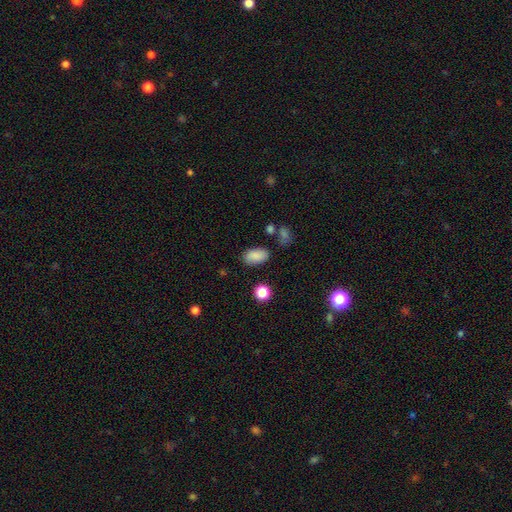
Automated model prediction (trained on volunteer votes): smooth_or_featured: smooth (p=0.85) [alt: star or artifact p=0.09]
how_rounded: in between (p=0.91) [alt: round p=0.07]
merging: none (p=0.76) [alt: minor disturbance p=0.16]